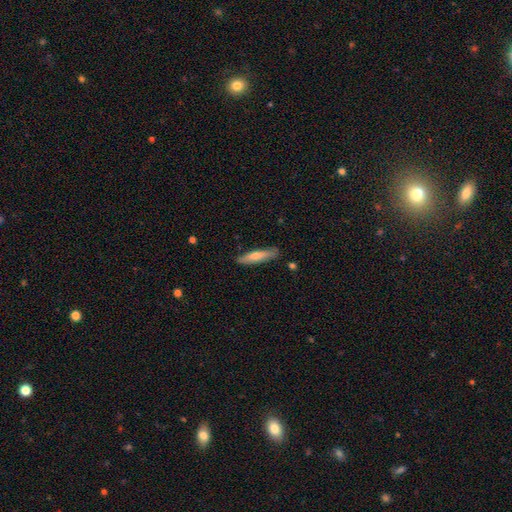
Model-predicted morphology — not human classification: smooth-or-featured: smooth: 60% | featured or disk: 34% | star or artifact: 6%
  how-rounded: cigar-shaped: 87% | in between: 11% | round: 1%
  merging: none: 85% | minor disturbance: 11% | major disturbance: 2% | merger: 2%